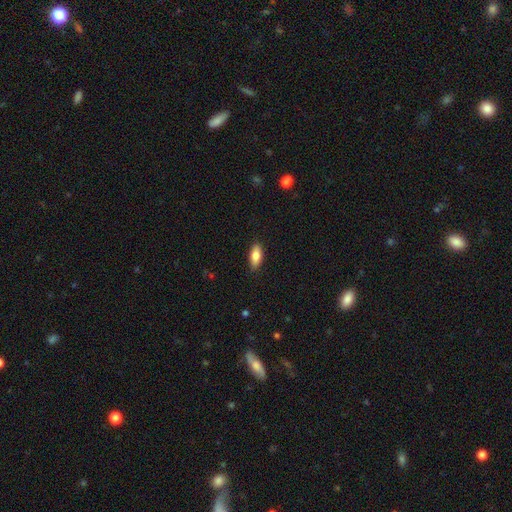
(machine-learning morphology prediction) Smooth or featured?
  - smooth: 80% *
  - featured or disk: 13%
  - star or artifact: 6%
How rounded?
  - in between: 82% *
  - cigar-shaped: 16%
  - round: 3%
Merging?
  - none: 86% *
  - minor disturbance: 11%
  - major disturbance: 2%
  - merger: 1%